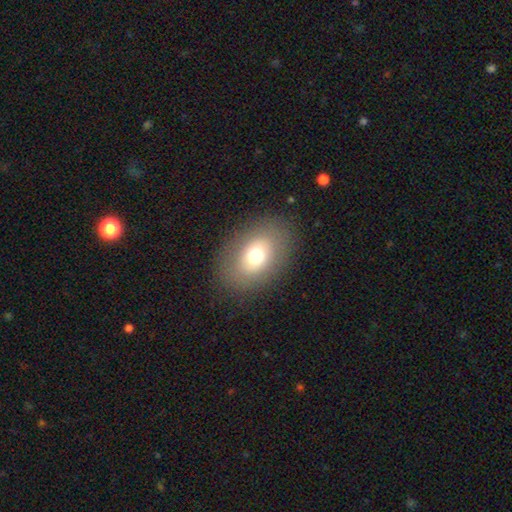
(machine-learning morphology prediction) A smooth galaxy with no disk features (68%) that is in between round and cigar-shaped (75%).

Vote fractions:
- Smooth or featured? smooth: 68% / featured or disk: 21% / star or artifact: 11%
- How rounded? in between: 75% / round: 24% / cigar-shaped: 1%
- Merging? none: 85% / minor disturbance: 9% / major disturbance: 5% / merger: 1%